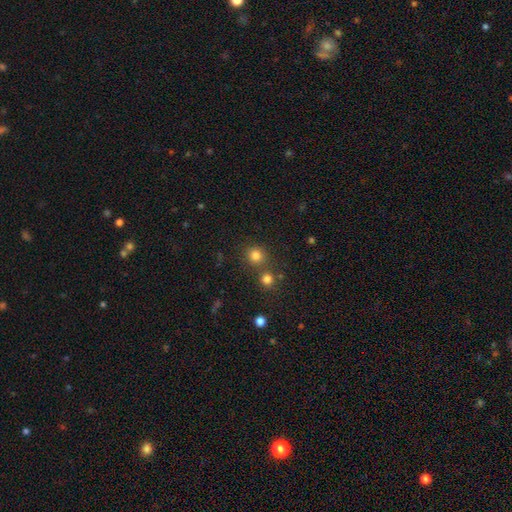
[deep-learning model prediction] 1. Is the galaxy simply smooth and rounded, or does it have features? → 80% smooth, 15% star or artifact, 5% featured or disk.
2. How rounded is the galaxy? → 90% round, 9% in between, 1% cigar-shaped.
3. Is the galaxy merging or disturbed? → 73% none, 17% merger, 7% minor disturbance, 3% major disturbance.